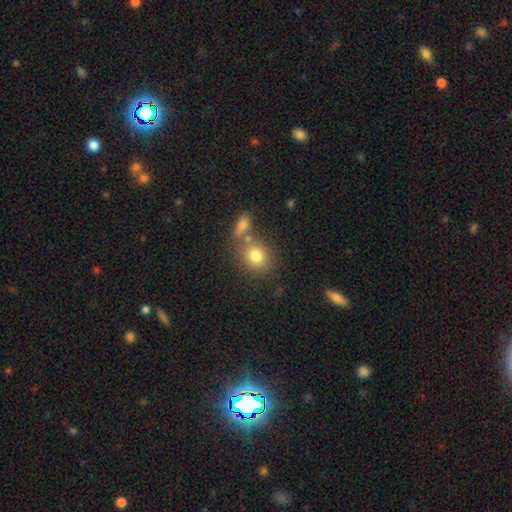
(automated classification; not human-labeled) Smooth or featured? Predicted: smooth (p=0.79). How rounded? Predicted: round (p=0.62). Merging? Predicted: none (p=0.60).